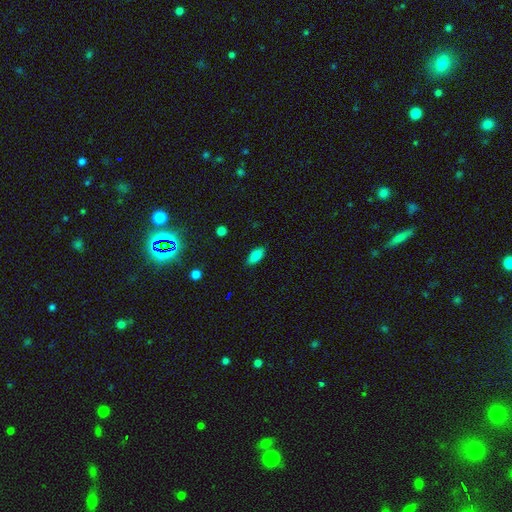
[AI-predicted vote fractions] Smooth or featured?
  - smooth: 85% *
  - star or artifact: 8%
  - featured or disk: 7%
How rounded?
  - in between: 85% *
  - cigar-shaped: 12%
  - round: 3%
Merging?
  - none: 86% *
  - minor disturbance: 11%
  - major disturbance: 2%
  - merger: 1%